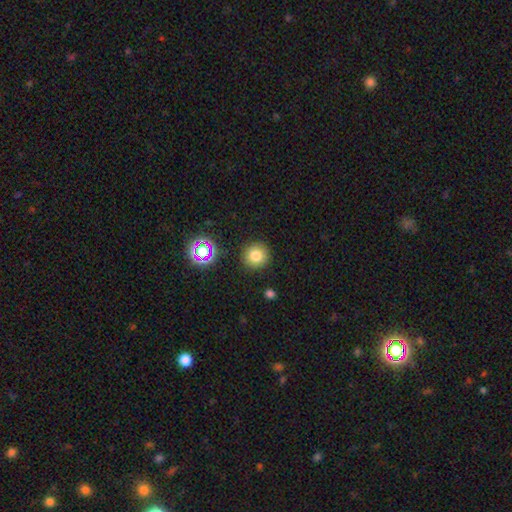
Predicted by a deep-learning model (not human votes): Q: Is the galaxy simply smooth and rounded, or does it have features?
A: smooth — 77%.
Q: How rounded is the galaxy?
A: round — 93%.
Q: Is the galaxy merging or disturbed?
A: none — 89%.